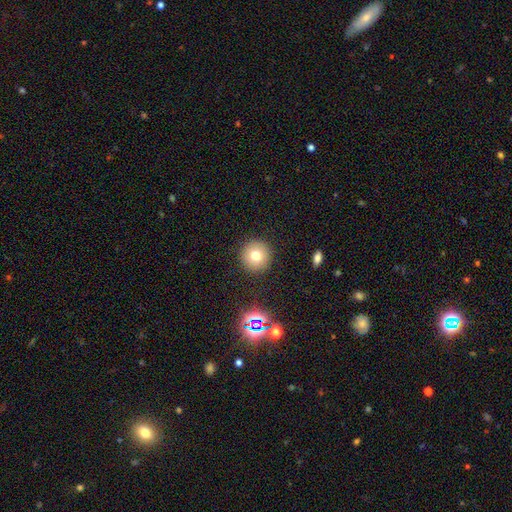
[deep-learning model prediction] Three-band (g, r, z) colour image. It shows a smooth galaxy with no disk features (73%) that is round (96%). Merging: none (91%).